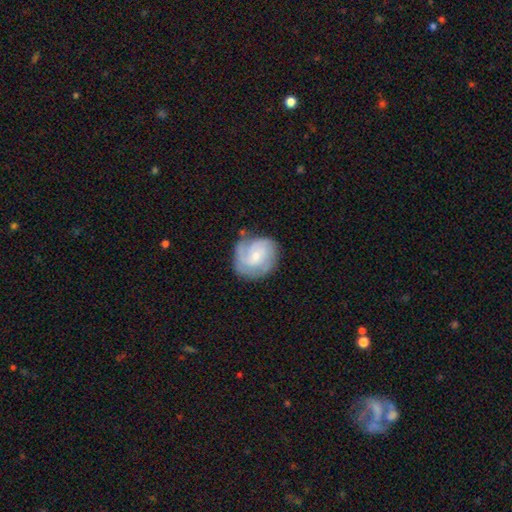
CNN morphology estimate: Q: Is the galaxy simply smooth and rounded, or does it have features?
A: featured or disk — 76%.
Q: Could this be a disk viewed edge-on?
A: no — 98%.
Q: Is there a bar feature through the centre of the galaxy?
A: no — 62%.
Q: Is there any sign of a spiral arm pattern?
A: yes — 94%.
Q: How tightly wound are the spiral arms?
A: tight — 53%.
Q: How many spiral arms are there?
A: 3 — 37%.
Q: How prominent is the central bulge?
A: small — 65%.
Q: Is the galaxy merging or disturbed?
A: none — 68%.